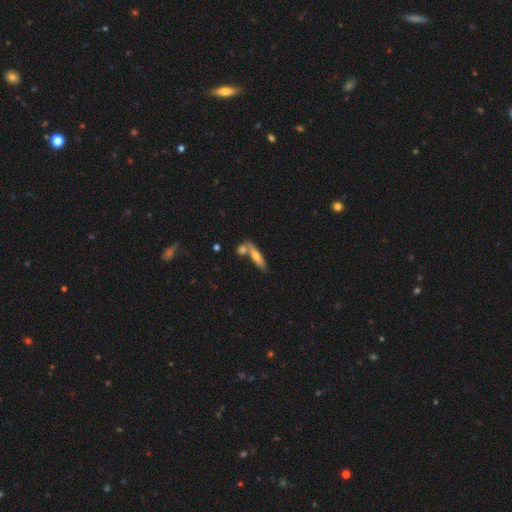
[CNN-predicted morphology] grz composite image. It shows a smooth galaxy with no disk features (63%) that is cigar-shaped (68%). Merging: none (54%).